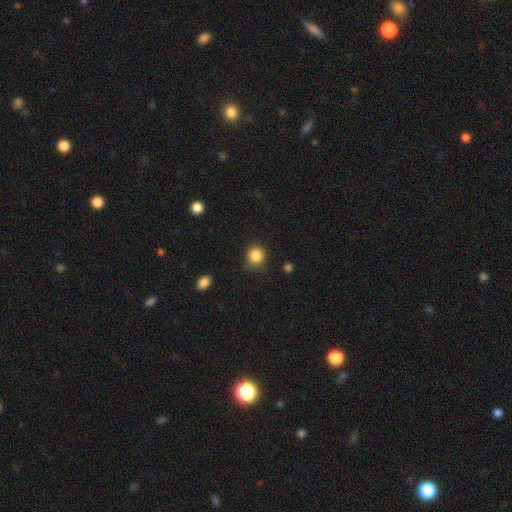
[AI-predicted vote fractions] smooth-or-featured: smooth: 86% | star or artifact: 10% | featured or disk: 4%
  how-rounded: round: 90% | in between: 9% | cigar-shaped: 1%
  merging: none: 80% | minor disturbance: 15% | major disturbance: 4% | merger: 2%